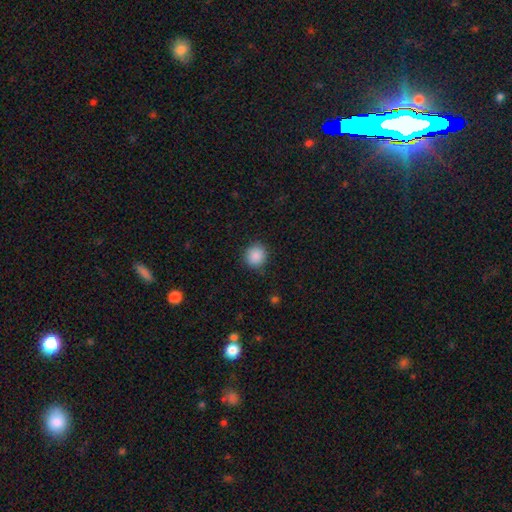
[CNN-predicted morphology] Overall: smooth (89%). How rounded: round (89%). Merging: none (88%).